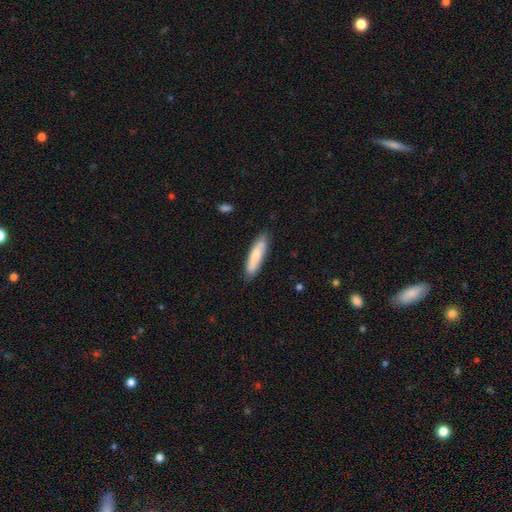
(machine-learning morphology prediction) Smooth or featured?
  - smooth: 77% *
  - featured or disk: 18%
  - star or artifact: 5%
How rounded?
  - cigar-shaped: 72% *
  - in between: 27%
  - round: 1%
Merging?
  - none: 80% *
  - minor disturbance: 15%
  - major disturbance: 3%
  - merger: 2%